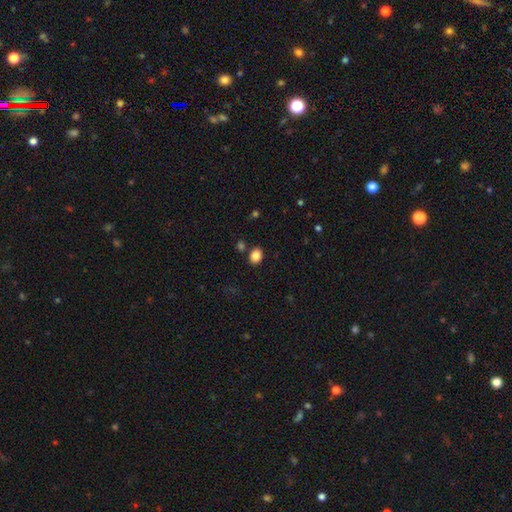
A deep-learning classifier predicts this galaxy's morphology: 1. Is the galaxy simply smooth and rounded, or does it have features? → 85% smooth, 10% star or artifact, 5% featured or disk.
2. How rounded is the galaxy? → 55% in between, 44% round, 1% cigar-shaped.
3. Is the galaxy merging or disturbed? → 82% none, 9% minor disturbance, 6% merger, 3% major disturbance.